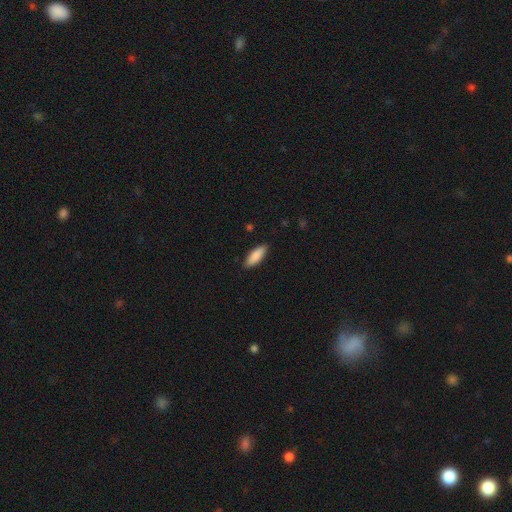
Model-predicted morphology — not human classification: Smooth or featured? smooth (88%)
How rounded? in between (66%)
Merging? none (88%)